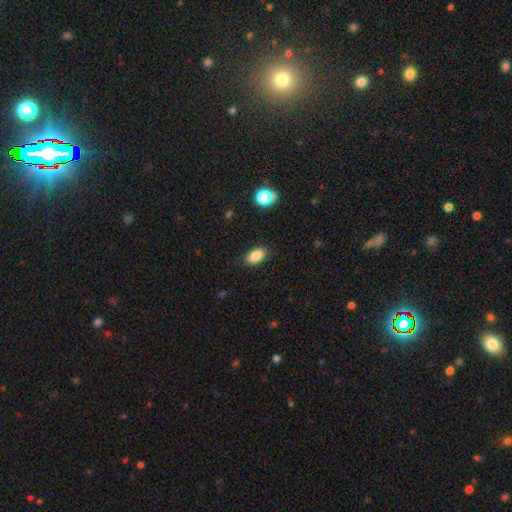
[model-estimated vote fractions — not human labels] This is clearly a smooth galaxy (87%). How rounded: clearly in between (91%). Merging: clearly none (87%).